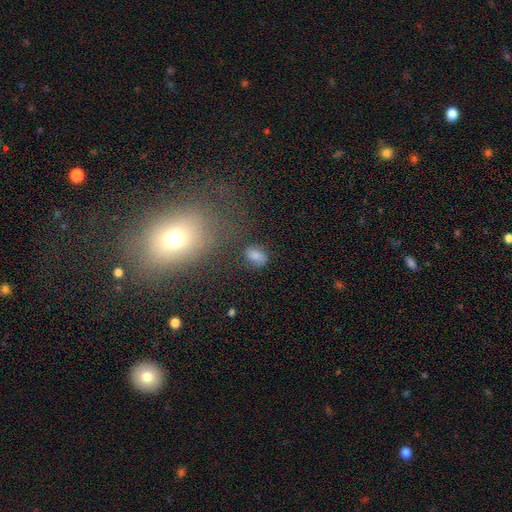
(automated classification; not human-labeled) This is likely a smooth galaxy (72%). How rounded: likely in between (75%). Merging: likely none (68%).